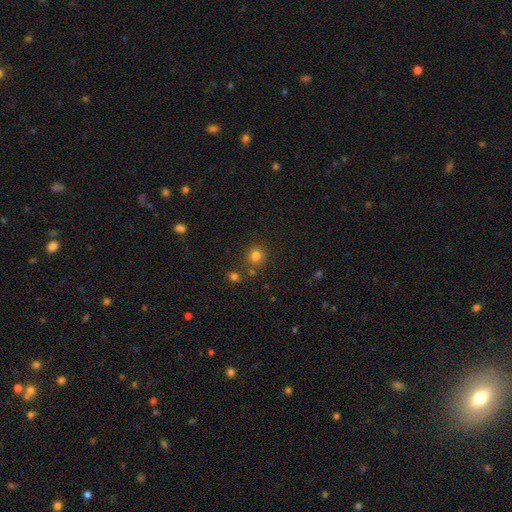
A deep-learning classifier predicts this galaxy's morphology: smooth 80%, star or artifact 14%, featured or disk 6%. Down the decision tree: how rounded — round (86%); merging — none (77%).